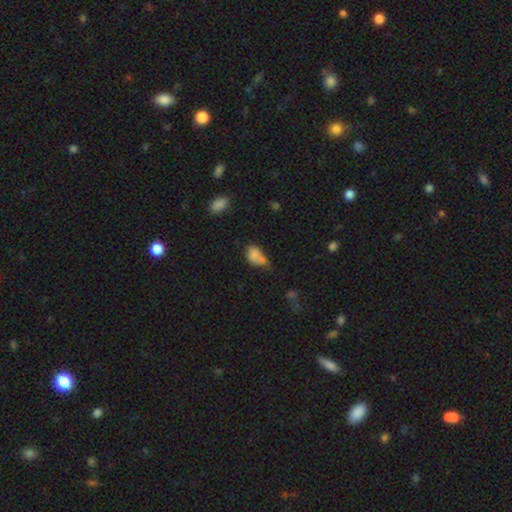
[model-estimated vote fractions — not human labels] smooth-or-featured: smooth: 76% | featured or disk: 13% | star or artifact: 11%
  how-rounded: in between: 72% | round: 26% | cigar-shaped: 3%
  merging: merger: 39% | none: 25% | minor disturbance: 22% | major disturbance: 14%